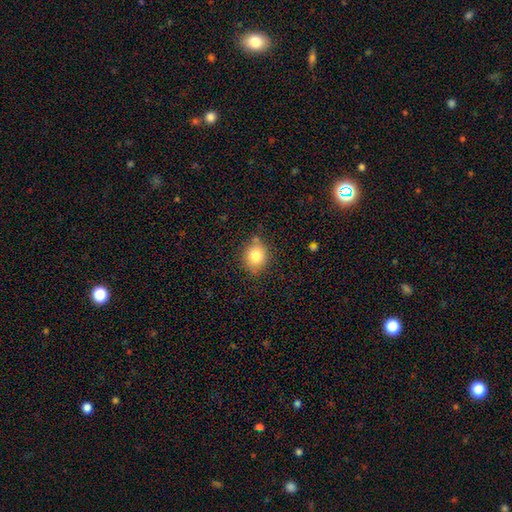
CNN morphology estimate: type=smooth (81%); roundness=round (63%); merging=none (77%).